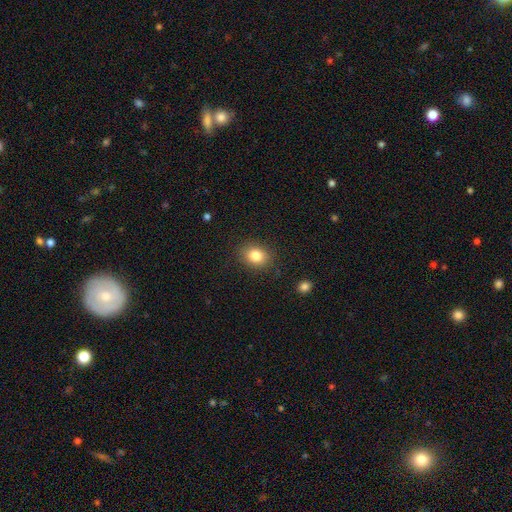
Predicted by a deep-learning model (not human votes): The model was most divided on "how rounded": in between: 51%, round: 48%, cigar-shaped: 1%. More confident: merging — none (86%); smooth or featured — smooth (83%).